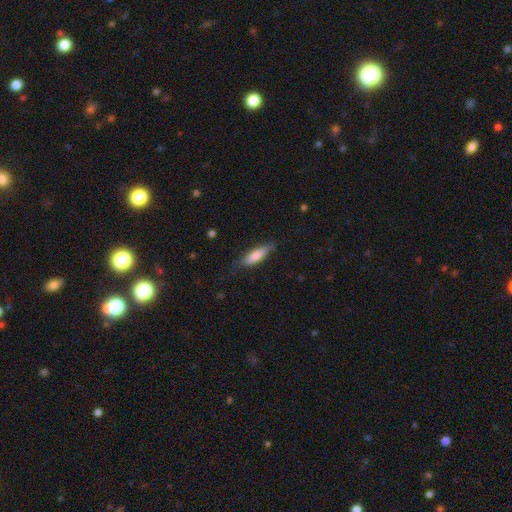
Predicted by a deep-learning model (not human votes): Smooth or featured?
  - smooth: 74% *
  - featured or disk: 21%
  - star or artifact: 6%
How rounded?
  - cigar-shaped: 55% *
  - in between: 43%
  - round: 2%
Merging?
  - none: 72% *
  - minor disturbance: 21%
  - major disturbance: 5%
  - merger: 1%